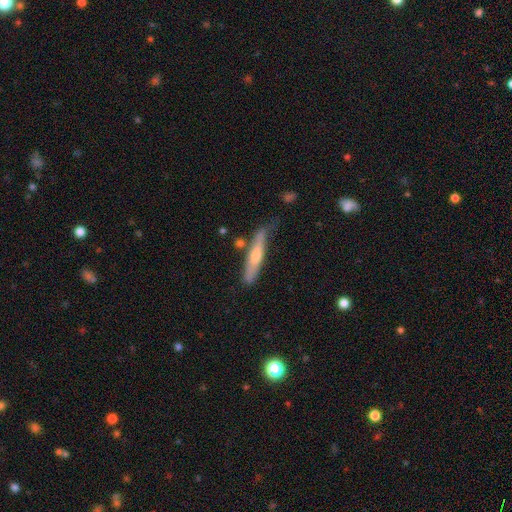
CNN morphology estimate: Overall: smooth (48%; featured or disk 46%). Merging: none (61%; minor disturbance 26%).